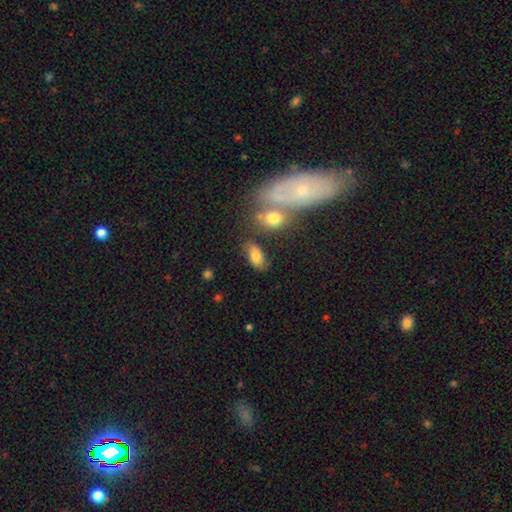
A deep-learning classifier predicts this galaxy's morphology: The model was most divided on "merging": none: 69%, minor disturbance: 16%, merger: 9%, major disturbance: 6%. More confident: how rounded — in between (90%); smooth or featured — smooth (78%).